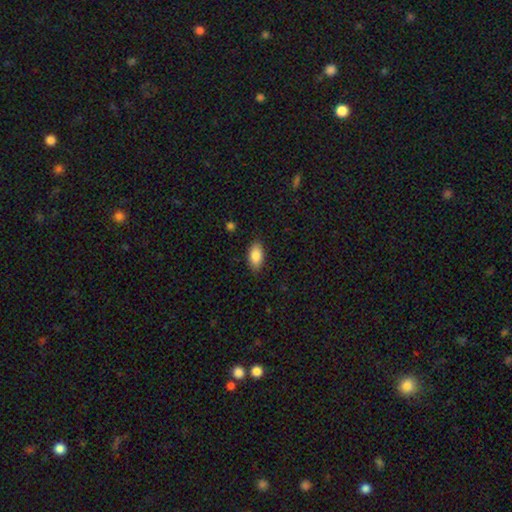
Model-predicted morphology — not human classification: smooth 85%, featured or disk 8%, star or artifact 7%. Down the decision tree: how rounded — in between (92%); merging — none (86%).